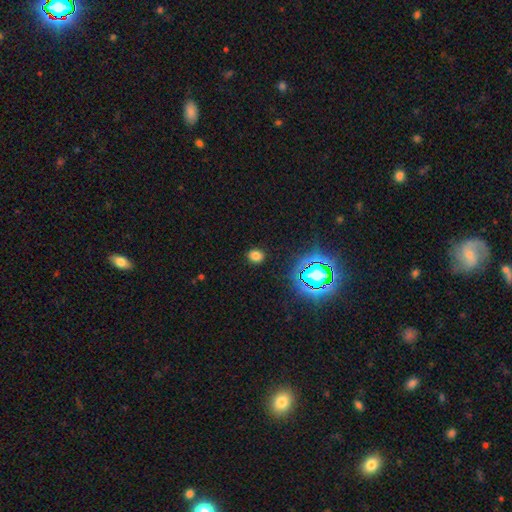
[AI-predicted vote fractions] This is likely a smooth galaxy (71%). How rounded: likely round (67%). Merging: clearly none (87%).